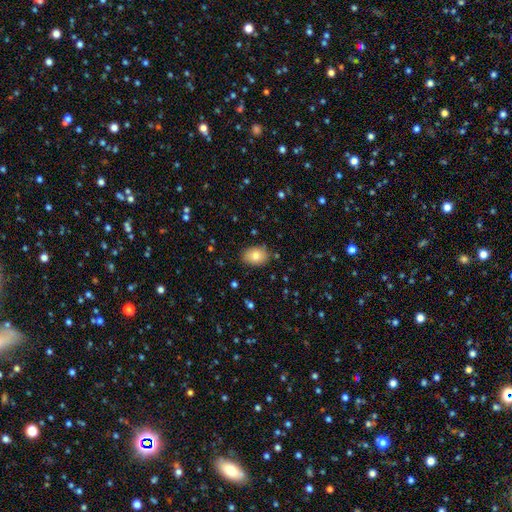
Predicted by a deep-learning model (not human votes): Smooth or featured?
  - smooth: 82% *
  - featured or disk: 10%
  - star or artifact: 8%
How rounded?
  - in between: 72% *
  - round: 27%
  - cigar-shaped: 1%
Merging?
  - none: 84% *
  - minor disturbance: 12%
  - major disturbance: 2%
  - merger: 1%